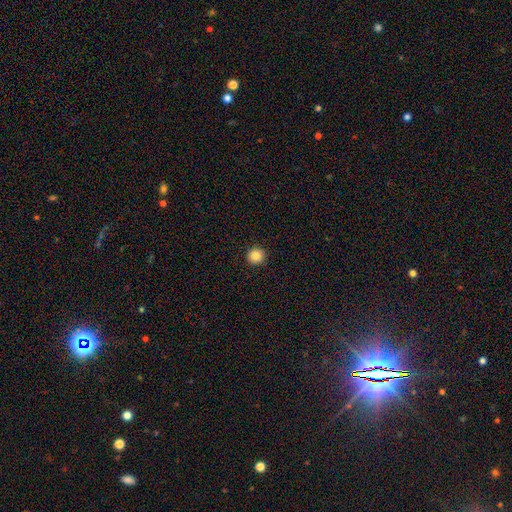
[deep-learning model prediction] A smooth galaxy with no disk features (86%) that is round (94%).

Vote fractions:
- Smooth or featured? smooth: 86% / star or artifact: 10% / featured or disk: 3%
- How rounded? round: 94% / in between: 5% / cigar-shaped: 1%
- Merging? none: 93% / minor disturbance: 5% / major disturbance: 2% / merger: 1%